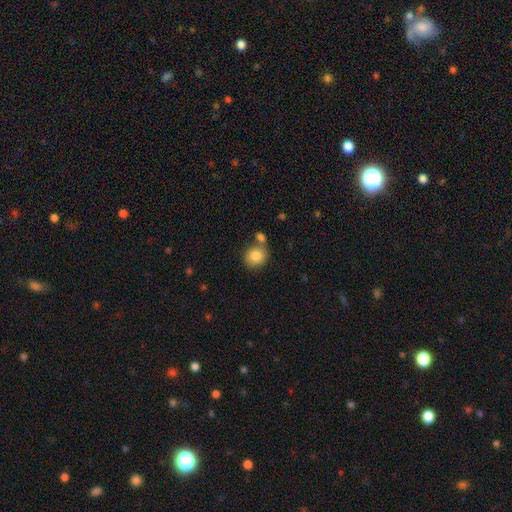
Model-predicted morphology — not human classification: smooth_or_featured: smooth (p=0.83) [alt: star or artifact p=0.09]
how_rounded: round (p=0.75) [alt: in between p=0.24]
merging: none (p=0.63) [alt: merger p=0.22]